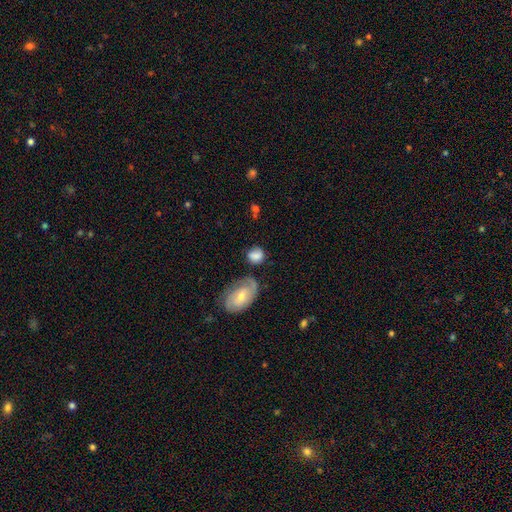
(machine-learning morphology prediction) Smooth or featured? Predicted: smooth (p=0.75). How rounded? Predicted: round (p=0.57). Merging? Predicted: none (p=0.59).